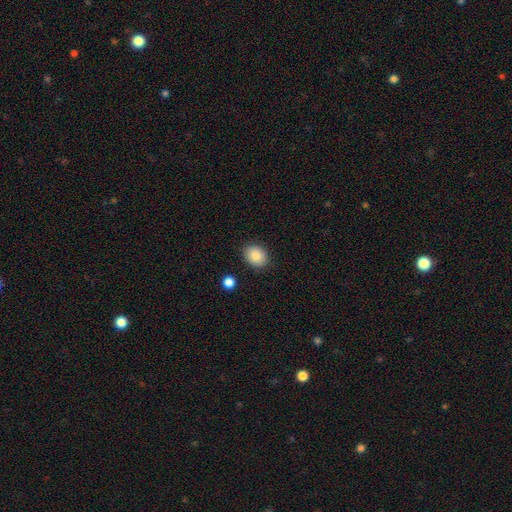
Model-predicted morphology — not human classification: Smooth or featured: smooth — 87% (star or artifact — 8%)
How rounded: in between — 50% (round — 49%)
Merging: none — 88% (minor disturbance — 8%)